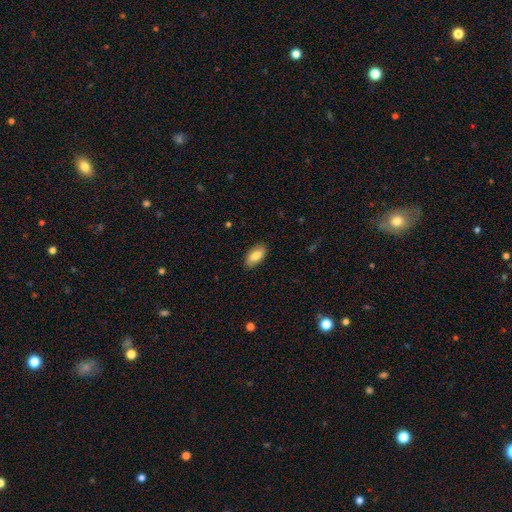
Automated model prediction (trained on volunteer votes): A smooth galaxy with no disk features (82%) that is in between round and cigar-shaped (88%).

Vote fractions:
- Smooth or featured? smooth: 82% / featured or disk: 12% / star or artifact: 7%
- How rounded? in between: 88% / cigar-shaped: 9% / round: 3%
- Merging? none: 87% / minor disturbance: 10% / major disturbance: 2% / merger: 1%